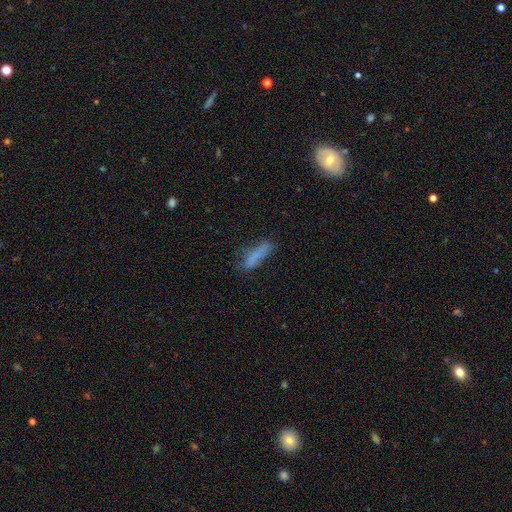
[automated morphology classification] Smooth or featured? Predicted: smooth (p=0.70). How rounded? Predicted: cigar-shaped (p=0.69). Merging? Predicted: none (p=0.55).